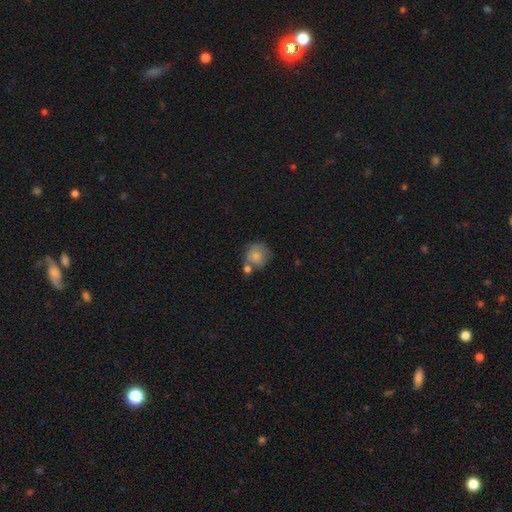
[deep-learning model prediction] Smooth or featured? Predicted: smooth (p=0.78). How rounded? Predicted: round (p=0.83). Merging? Predicted: none (p=0.46).